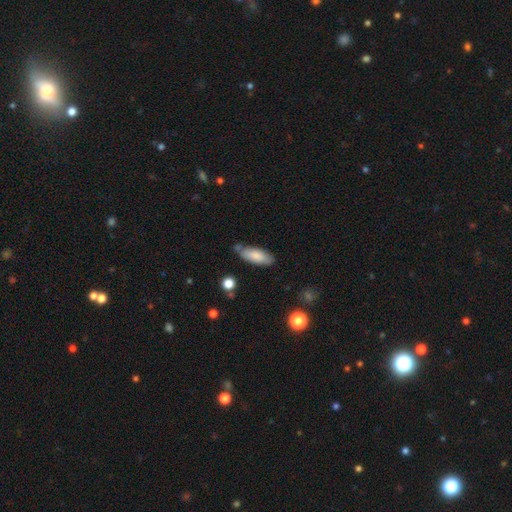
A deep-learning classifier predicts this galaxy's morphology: Overall: smooth (82%). How rounded: in between (70%). Merging: none (69%).